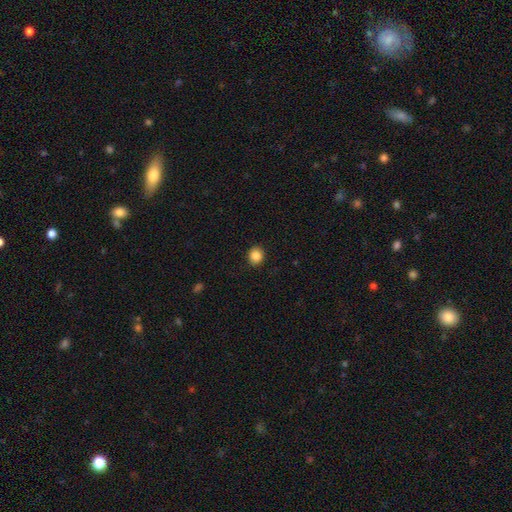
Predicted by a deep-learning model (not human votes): smooth 86%, star or artifact 10%, featured or disk 4%. Down the decision tree: how rounded — round (80%); merging — none (91%).